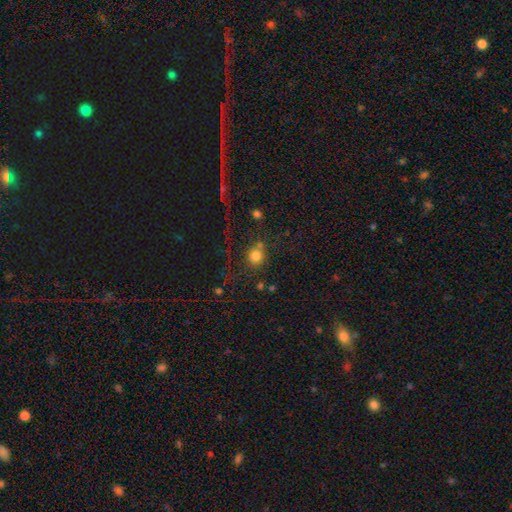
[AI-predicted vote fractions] Smooth or featured?
  - smooth: 75% *
  - star or artifact: 15%
  - featured or disk: 10%
How rounded?
  - round: 87% *
  - in between: 12%
  - cigar-shaped: 1%
Merging?
  - none: 65% *
  - merger: 12%
  - minor disturbance: 12%
  - major disturbance: 11%